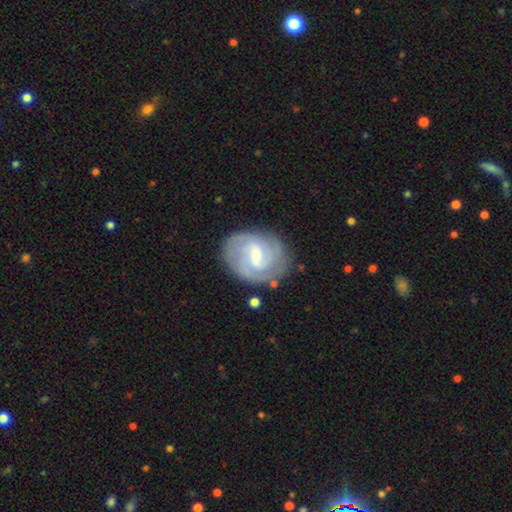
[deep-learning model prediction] This appears to be a featured or disk galaxy (76%) with a weak bar (63%), 2 (43%) tight (49%) spiral arms (91%) and a small central bulge (46%). Merging: none (75%).